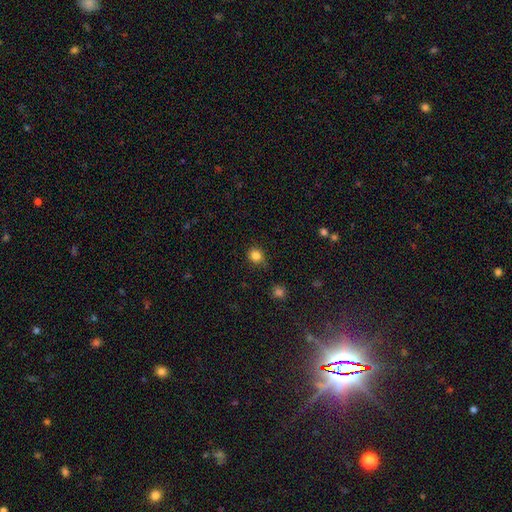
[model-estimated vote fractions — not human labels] This appears to be a smooth galaxy with no disk features (83%) that is round (82%). Merging: none (79%).